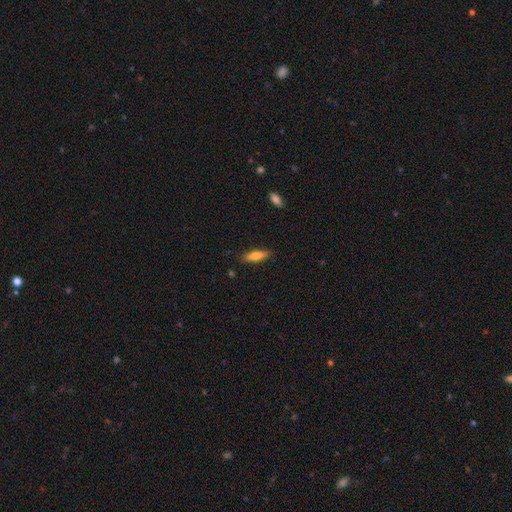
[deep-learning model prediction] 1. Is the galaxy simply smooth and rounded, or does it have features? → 74% smooth, 19% featured or disk, 6% star or artifact.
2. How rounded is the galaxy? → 58% cigar-shaped, 40% in between, 2% round.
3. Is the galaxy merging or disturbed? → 85% none, 11% minor disturbance, 2% major disturbance, 1% merger.